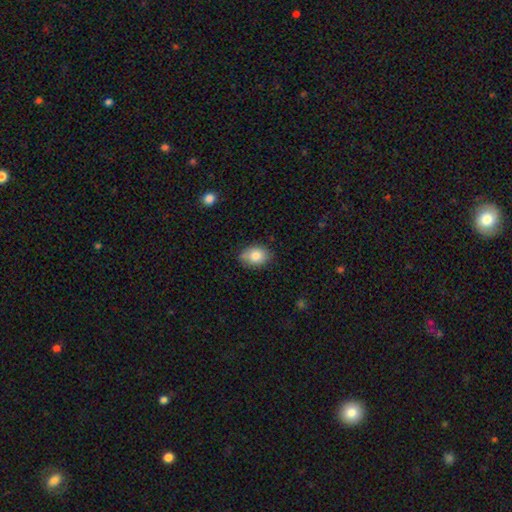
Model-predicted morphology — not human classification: Q: Smooth or featured?
A: smooth (82%); runner-up: featured or disk (10%)
Q: How rounded?
A: in between (72%); runner-up: round (26%)
Q: Merging?
A: none (78%); runner-up: minor disturbance (18%)